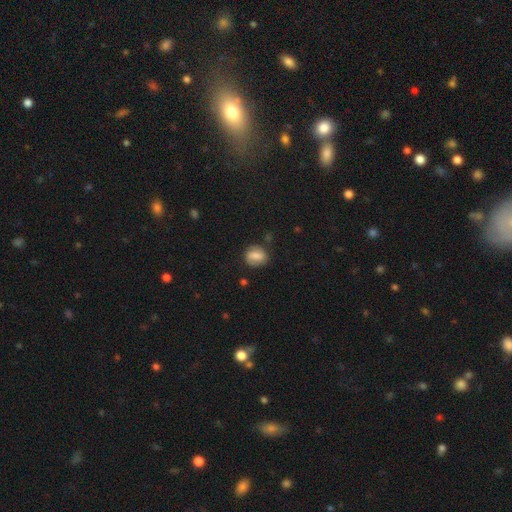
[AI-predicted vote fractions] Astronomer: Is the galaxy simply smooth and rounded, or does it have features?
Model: smooth — 66%.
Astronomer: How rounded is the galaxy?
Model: round — 58% (runner-up: in between, 40%).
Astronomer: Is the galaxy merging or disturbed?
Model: none — 76%.